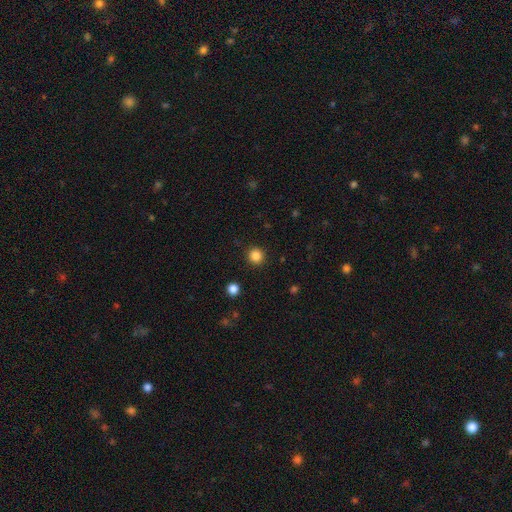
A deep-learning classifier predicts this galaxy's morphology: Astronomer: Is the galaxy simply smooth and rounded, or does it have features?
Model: smooth — 85%.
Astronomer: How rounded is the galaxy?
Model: round — 94%.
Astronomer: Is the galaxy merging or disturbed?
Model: none — 92%.